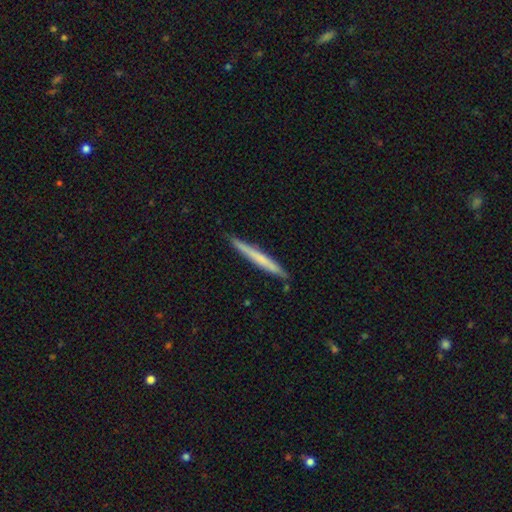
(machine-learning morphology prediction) type=smooth (54%); roundness=cigar-shaped (97%); merging=none (90%).